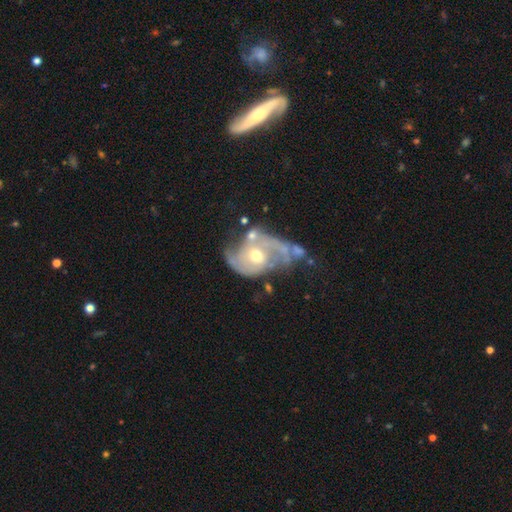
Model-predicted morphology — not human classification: type=featured or disk (82%); edge-on=no (97%); bar=no (63%); spiral arms=yes (86%); winding=medium (44%); arm count=2 (67%); bulge=moderate (66%); merging=none (31%).